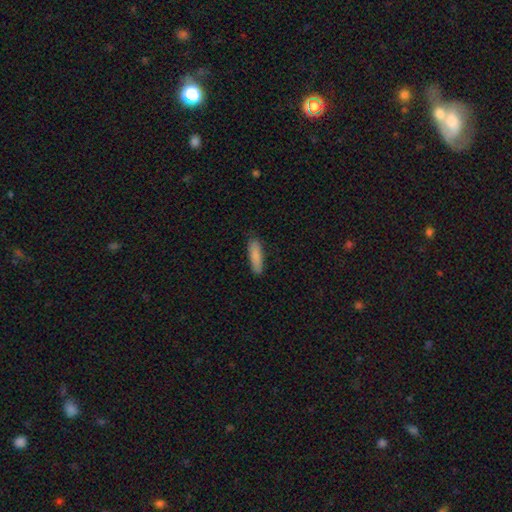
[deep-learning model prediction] A smooth galaxy with no disk features (86%) that is cigar-shaped (66%).

Vote fractions:
- Smooth or featured? smooth: 86% / featured or disk: 7% / star or artifact: 6%
- How rounded? cigar-shaped: 66% / in between: 32% / round: 2%
- Merging? none: 86% / minor disturbance: 11% / major disturbance: 2% / merger: 1%